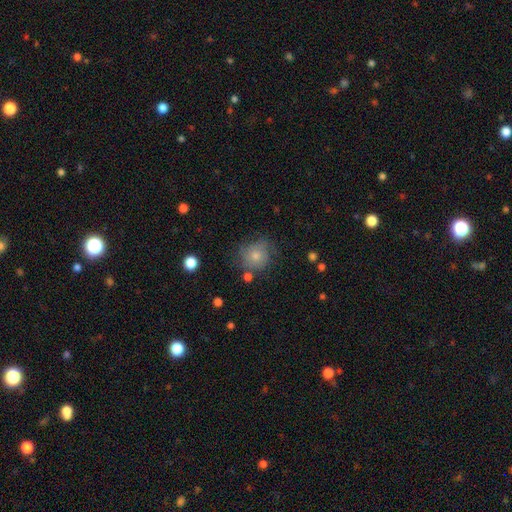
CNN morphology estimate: Smooth or featured: smooth — 71% (featured or disk — 19%)
How rounded: round — 84% (in between — 15%)
Merging: none — 60% (minor disturbance — 24%)